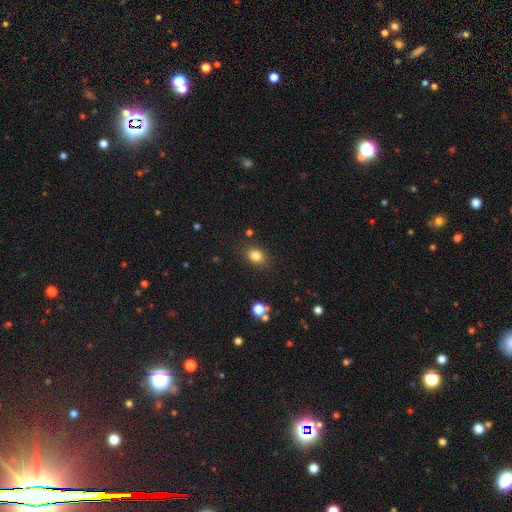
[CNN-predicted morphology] Smooth or featured? Predicted: smooth (p=0.82). How rounded? Predicted: in between (p=0.54). Merging? Predicted: none (p=0.84).